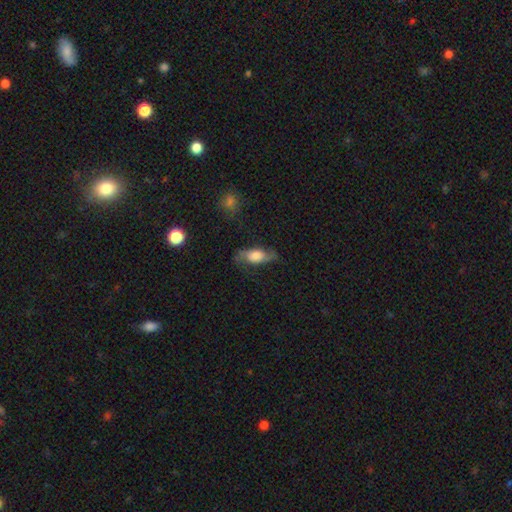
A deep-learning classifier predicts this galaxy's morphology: The model was most divided on "smooth or featured": featured or disk: 48%, smooth: 44%, star or artifact: 8%. More confident: merging — none (67%).